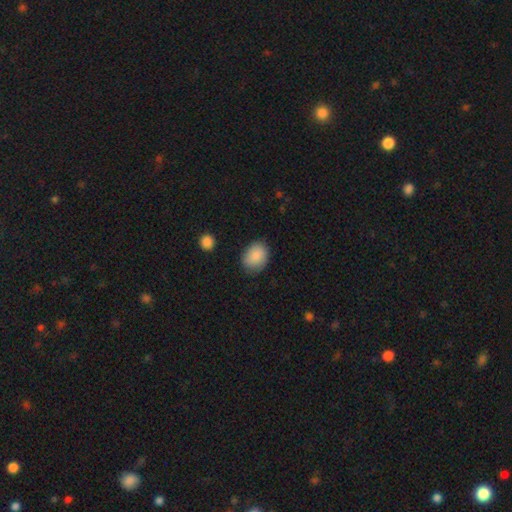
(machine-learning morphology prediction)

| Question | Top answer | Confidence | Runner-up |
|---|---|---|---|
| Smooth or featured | smooth | 87% | star or artifact (7%) |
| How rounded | in between | 63% | round (36%) |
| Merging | none | 76% | minor disturbance (19%) |